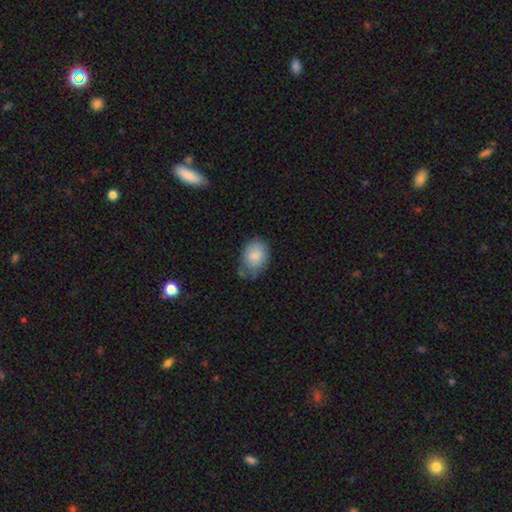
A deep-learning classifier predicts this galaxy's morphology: A smooth galaxy with no disk features (84%) that is in between round and cigar-shaped (70%).

Vote fractions:
- Smooth or featured? smooth: 84% / featured or disk: 9% / star or artifact: 7%
- How rounded? in between: 70% / round: 29% / cigar-shaped: 1%
- Merging? none: 54% / minor disturbance: 33% / major disturbance: 9% / merger: 4%